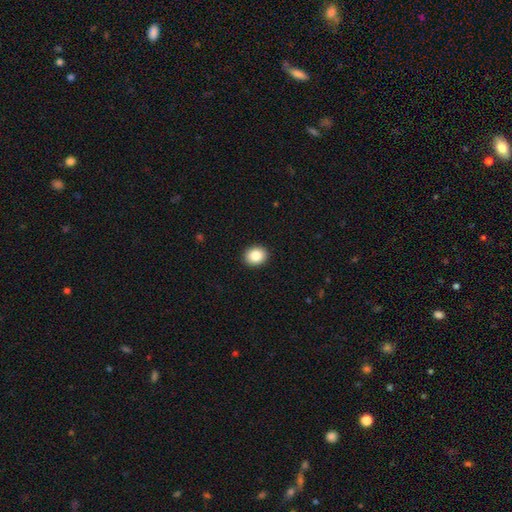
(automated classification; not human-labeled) smooth-or-featured: smooth: 85% | star or artifact: 9% | featured or disk: 6%
  how-rounded: round: 62% | in between: 37% | cigar-shaped: 1%
  merging: none: 92% | minor disturbance: 5% | major disturbance: 2% | merger: 1%